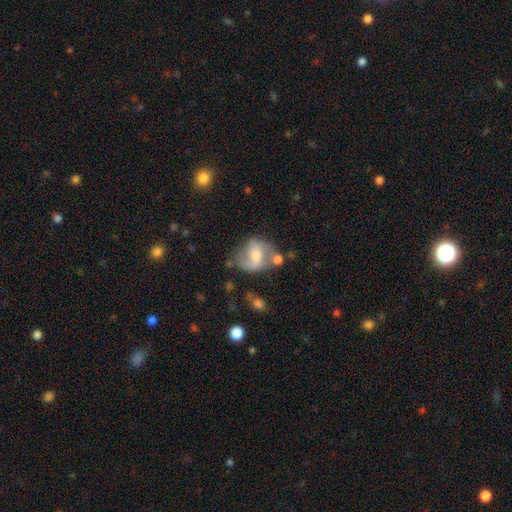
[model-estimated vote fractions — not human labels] smooth-or-featured: featured or disk: 56% | smooth: 36% | star or artifact: 8%
  disk-edge-on: no: 97% | yes: 3%
    bar: weak: 46% | no: 36% | strong: 18%
    has-spiral-arms: yes: 80% | no: 20%
    bulge-size: moderate: 51% | small: 36% | large: 5% | none: 5% | dominant: 1%
  merging: none: 48% | minor disturbance: 23% | merger: 16% | major disturbance: 13%